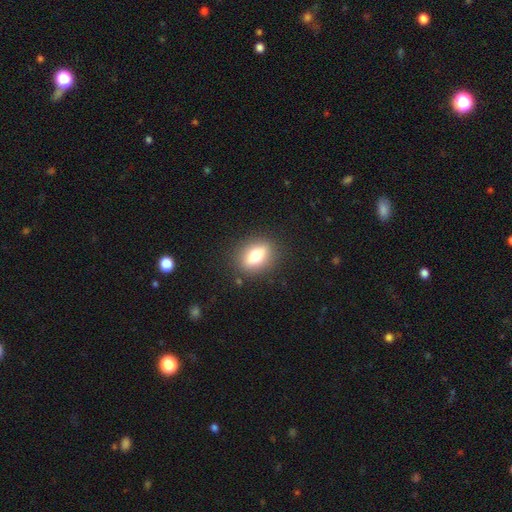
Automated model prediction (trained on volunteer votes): A smooth galaxy with no disk features (64%) that is in between round and cigar-shaped (66%).

Vote fractions:
- Smooth or featured? smooth: 64% / featured or disk: 27% / star or artifact: 9%
- How rounded? in between: 66% / round: 24% / cigar-shaped: 10%
- Merging? none: 86% / minor disturbance: 9% / major disturbance: 3% / merger: 1%